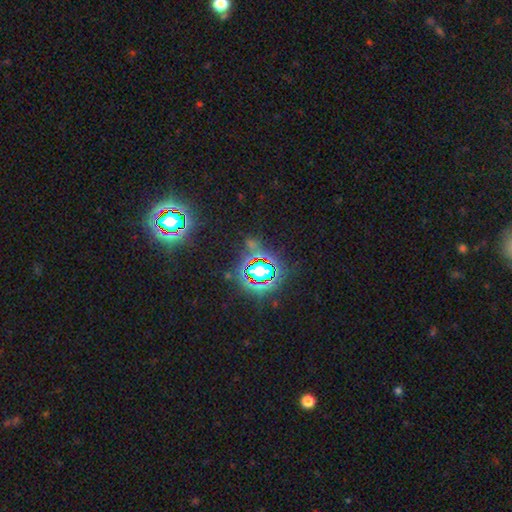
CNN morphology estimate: A star or artifact, not a galaxy (83%).